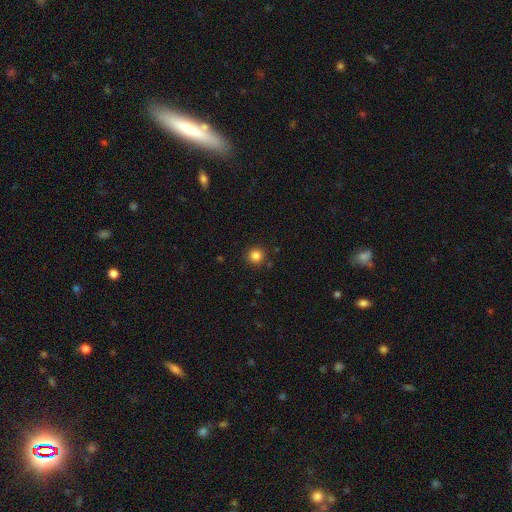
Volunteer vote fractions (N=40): Morphology: type=smooth (95%); roundness=round (97%); merging=none (97%).